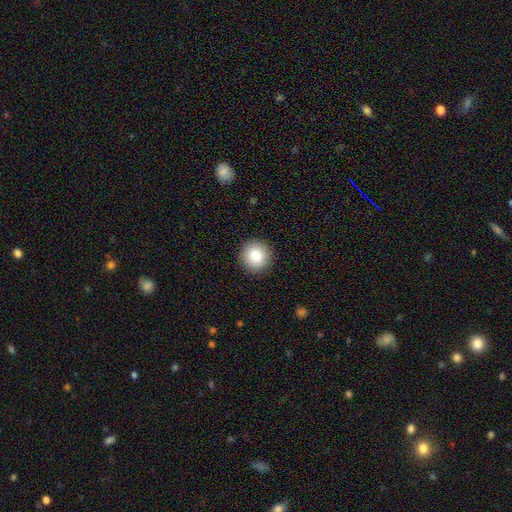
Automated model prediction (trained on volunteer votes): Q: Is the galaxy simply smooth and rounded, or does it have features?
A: smooth — 86%.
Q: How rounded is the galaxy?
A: round — 92%.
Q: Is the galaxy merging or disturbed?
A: none — 91%.